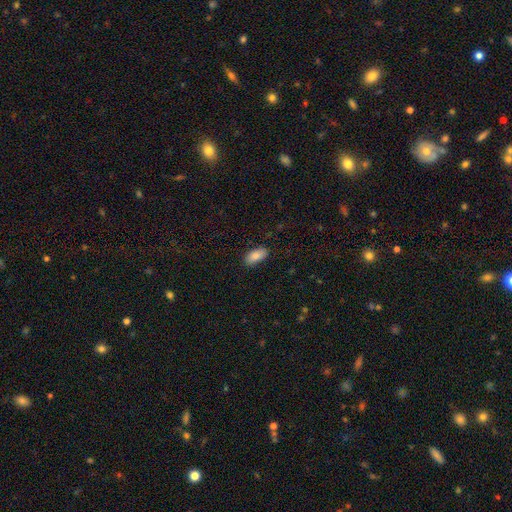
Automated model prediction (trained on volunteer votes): Overall: smooth (87%). How rounded: in between (91%). Merging: none (85%).